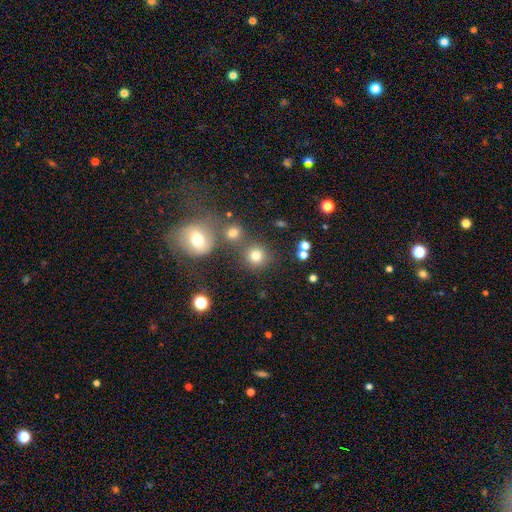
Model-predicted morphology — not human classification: type=smooth (76%); roundness=round (89%); merging=none (70%).